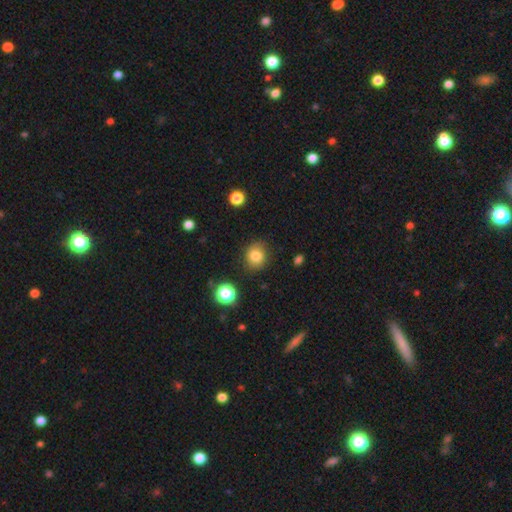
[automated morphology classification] type=smooth (82%); roundness=round (75%); merging=none (85%).